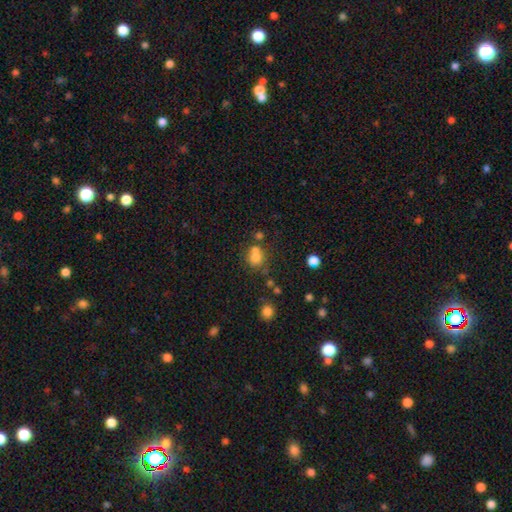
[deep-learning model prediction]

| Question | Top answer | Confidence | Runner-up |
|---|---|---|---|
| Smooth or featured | smooth | 71% | star or artifact (15%) |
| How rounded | round | 74% | in between (25%) |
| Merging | merger | 46% | none (39%) |